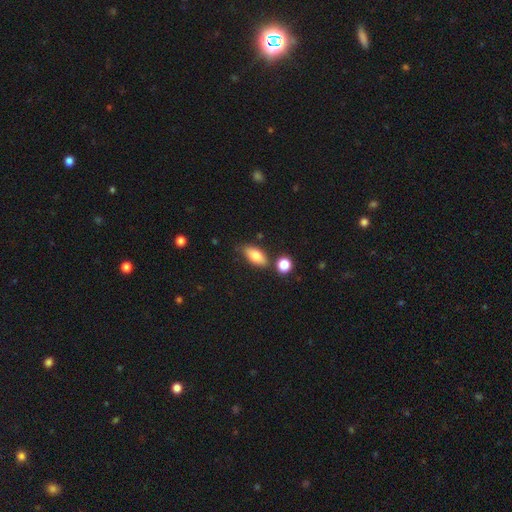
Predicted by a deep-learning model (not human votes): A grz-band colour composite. It shows a smooth galaxy with no disk features (80%) that is in between round and cigar-shaped (85%). Merging: none (73%).